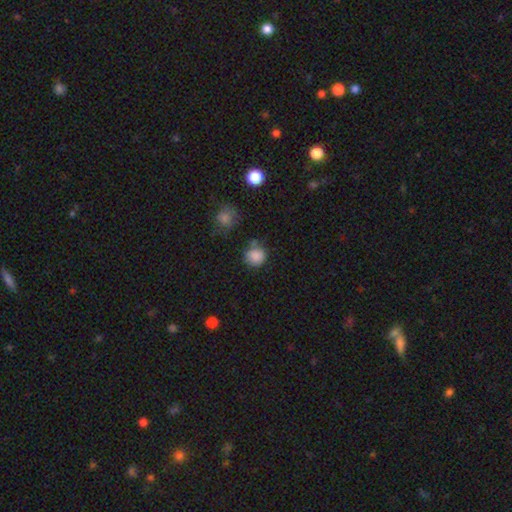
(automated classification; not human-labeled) Overall: smooth (85%). How rounded: round (89%). Merging: none (71%).